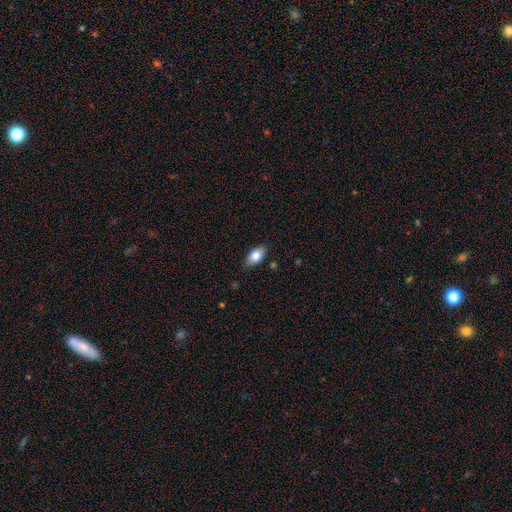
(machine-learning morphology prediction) Q: Smooth or featured?
A: smooth (80%); runner-up: featured or disk (13%)
Q: How rounded?
A: in between (90%); runner-up: round (5%)
Q: Merging?
A: none (81%); runner-up: minor disturbance (15%)